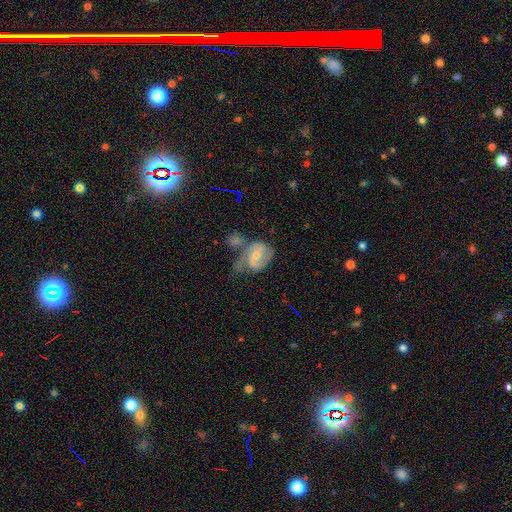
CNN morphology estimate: Q: Smooth or featured?
A: featured or disk (74%); runner-up: smooth (19%)
Q: Edge-on disk?
A: no (97%); runner-up: yes (3%)
Q: Bar?
A: weak (51%); runner-up: no (30%)
Q: Spiral arms?
A: yes (90%); runner-up: no (10%)
Q: Spiral winding?
A: medium (50%); runner-up: loose (28%)
Q: Spiral arm count?
A: 2 (79%); runner-up: can't tell (9%)
Q: Bulge size?
A: small (51%); runner-up: moderate (41%)
Q: Merging?
A: none (32%); runner-up: merger (29%)